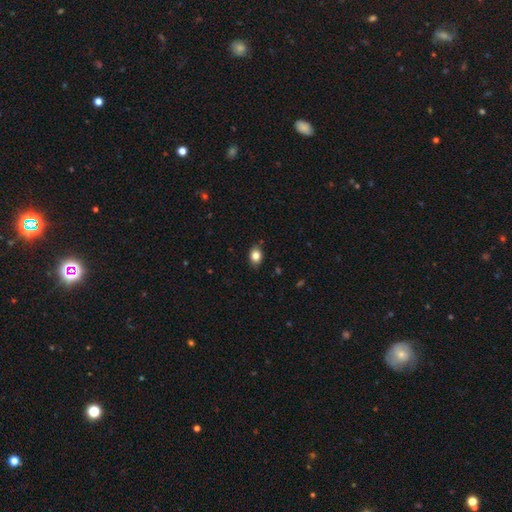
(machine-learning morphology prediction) The model was most divided on "how rounded": in between: 67%, round: 32%, cigar-shaped: 1%. More confident: smooth or featured — smooth (85%); merging — none (85%).